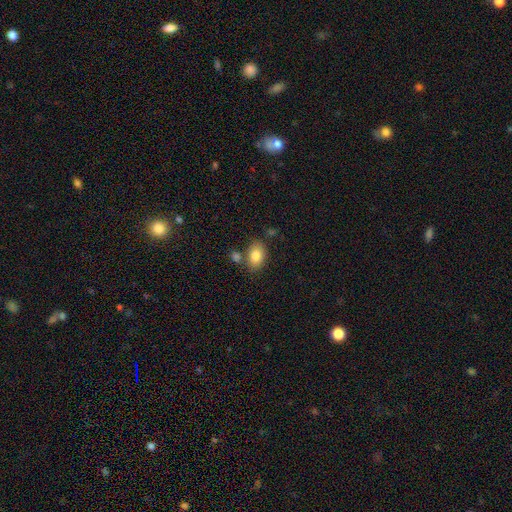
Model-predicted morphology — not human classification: Smooth or featured?
  - smooth: 82% *
  - featured or disk: 9%
  - star or artifact: 8%
How rounded?
  - in between: 82% *
  - round: 17%
  - cigar-shaped: 1%
Merging?
  - none: 69% *
  - merger: 14%
  - minor disturbance: 13%
  - major disturbance: 4%